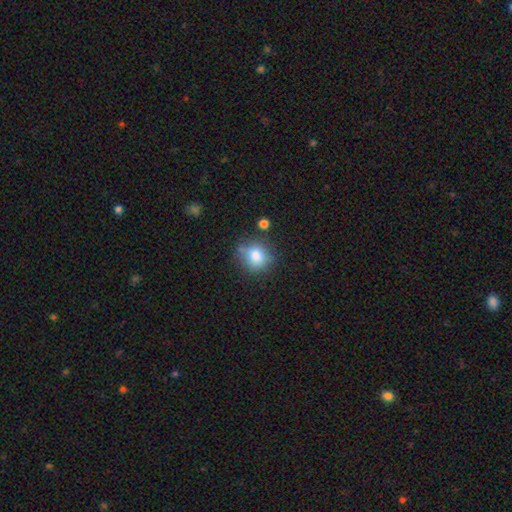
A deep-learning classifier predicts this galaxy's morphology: Smooth or featured? Predicted: smooth (p=0.80). How rounded? Predicted: round (p=0.75). Merging? Predicted: none (p=0.68).